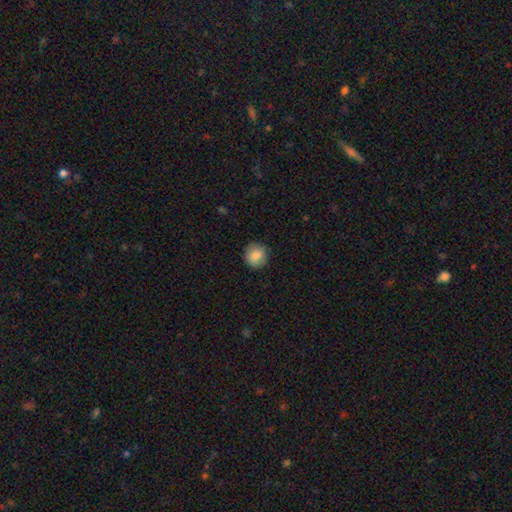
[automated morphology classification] This is clearly a smooth galaxy (84%). How rounded: clearly round (92%). Merging: clearly none (89%).